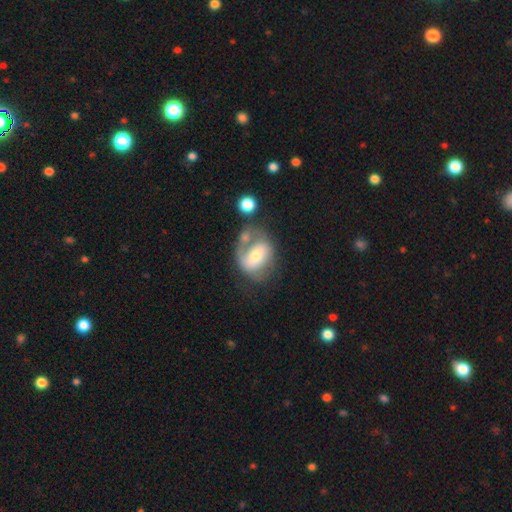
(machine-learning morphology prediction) Smooth or featured? featured or disk (61%)
Edge-on disk? no (97%)
Bar? no (50%)
Spiral arms? yes (69%)
Bulge size? moderate (60%)
Merging? none (32%)